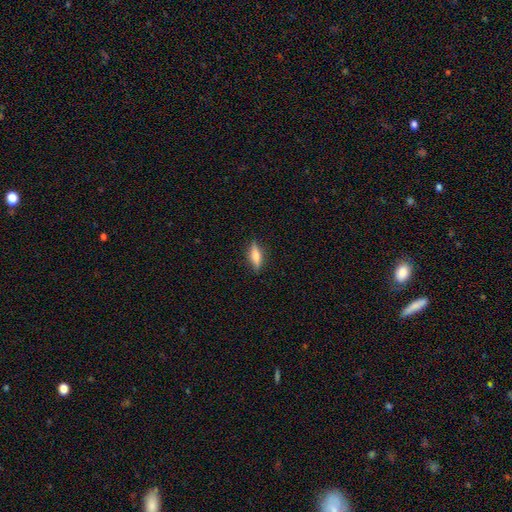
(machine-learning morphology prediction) Smooth or featured? Predicted: smooth (p=0.57). How rounded? Predicted: cigar-shaped (p=0.62). Merging? Predicted: none (p=0.85).